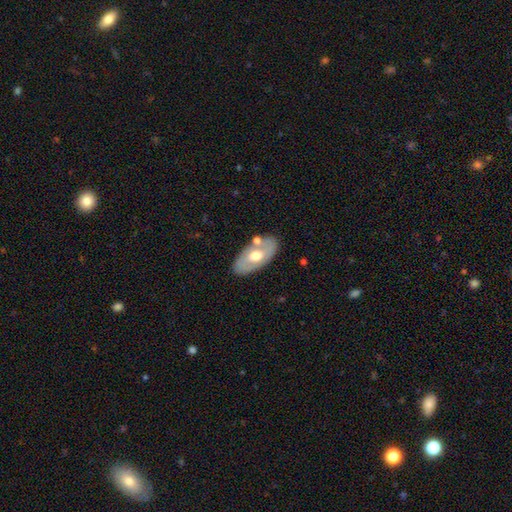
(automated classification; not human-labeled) Morphology: type=smooth (48%); merging=none (74%).